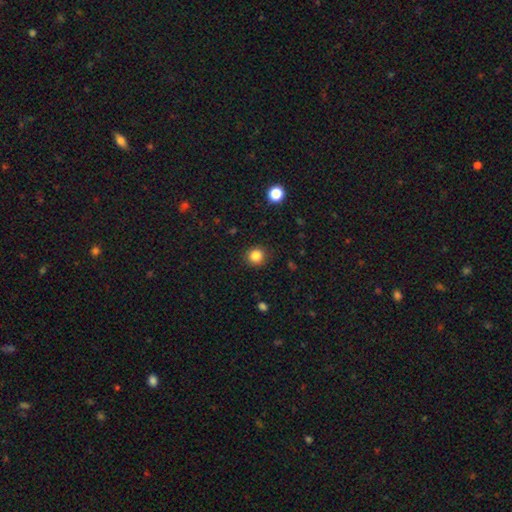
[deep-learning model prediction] smooth-or-featured: smooth: 84% | star or artifact: 12% | featured or disk: 5%
  how-rounded: round: 91% | in between: 8% | cigar-shaped: 1%
  merging: none: 91% | minor disturbance: 6% | major disturbance: 2% | merger: 1%